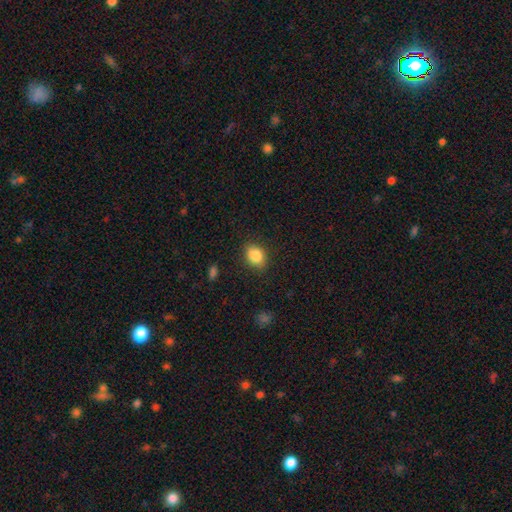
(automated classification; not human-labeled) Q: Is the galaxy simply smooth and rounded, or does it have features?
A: smooth — 85%.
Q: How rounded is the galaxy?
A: in between — 70%.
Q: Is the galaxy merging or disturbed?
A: none — 83%.